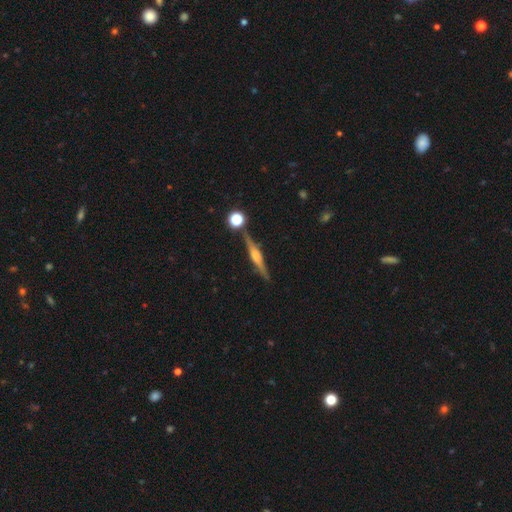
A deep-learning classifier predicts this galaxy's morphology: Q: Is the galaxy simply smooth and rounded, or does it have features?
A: featured or disk — 70%.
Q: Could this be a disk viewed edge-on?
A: yes — 97%.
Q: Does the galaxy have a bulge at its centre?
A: rounded — 68%.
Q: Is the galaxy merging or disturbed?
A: none — 84%.